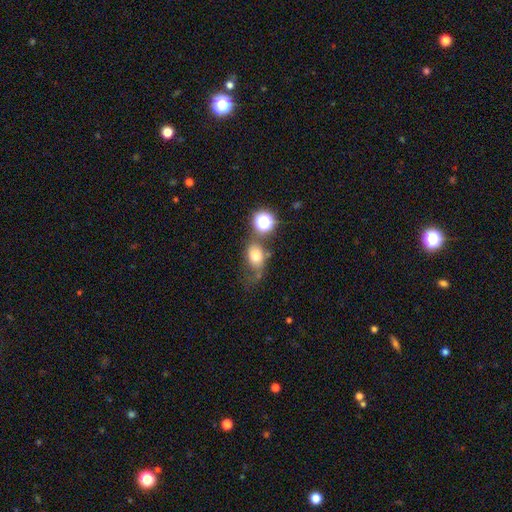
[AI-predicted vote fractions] smooth-or-featured: smooth: 70% | featured or disk: 16% | star or artifact: 15%
  how-rounded: in between: 62% | round: 37% | cigar-shaped: 2%
  merging: none: 43% | minor disturbance: 22% | major disturbance: 18% | merger: 17%